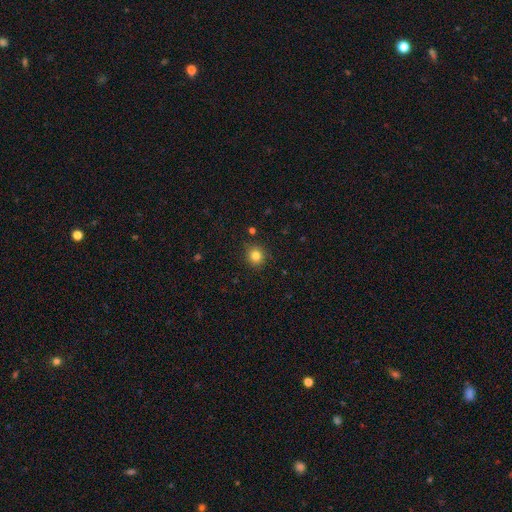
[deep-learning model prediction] A smooth galaxy with no disk features (83%) that is round (89%).

Vote fractions:
- Smooth or featured? smooth: 83% / star or artifact: 12% / featured or disk: 5%
- How rounded? round: 89% / in between: 10% / cigar-shaped: 1%
- Merging? none: 89% / minor disturbance: 8% / major disturbance: 2% / merger: 2%